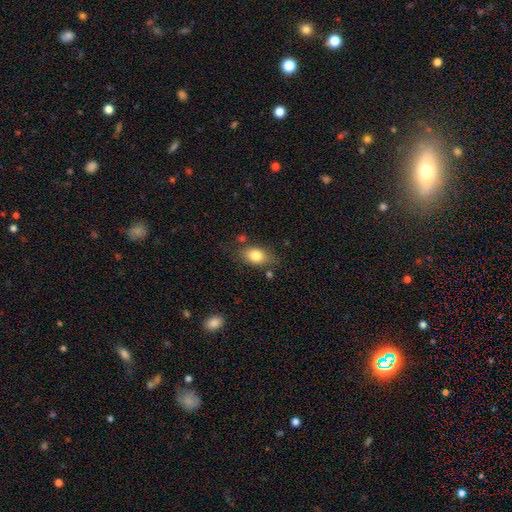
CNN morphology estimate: A smooth galaxy with no disk features (80%) that is in between round and cigar-shaped (80%).

Vote fractions:
- Smooth or featured? smooth: 80% / featured or disk: 11% / star or artifact: 8%
- How rounded? in between: 80% / round: 18% / cigar-shaped: 2%
- Merging? none: 71% / minor disturbance: 19% / major disturbance: 6% / merger: 5%